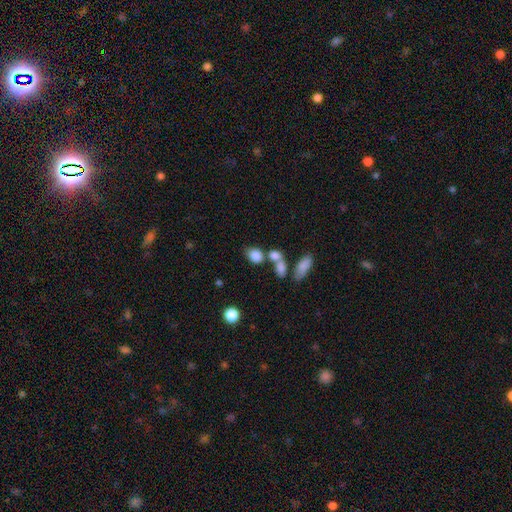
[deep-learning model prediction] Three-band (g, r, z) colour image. It shows a smooth galaxy with no disk features (82%) that is in between round and cigar-shaped (61%). Merging: none (44%).